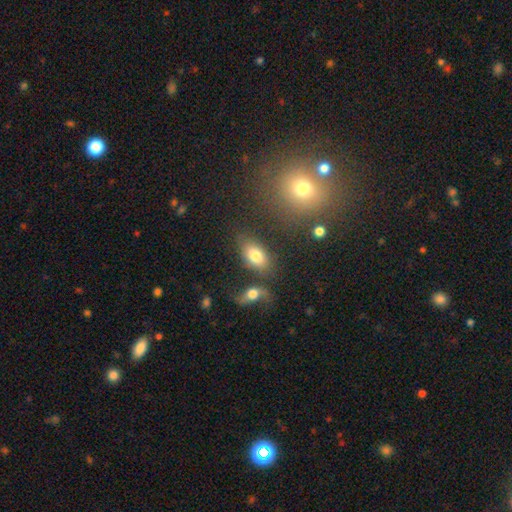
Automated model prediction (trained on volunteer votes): Q: Smooth or featured?
A: smooth (77%); runner-up: featured or disk (14%)
Q: How rounded?
A: in between (89%); runner-up: round (8%)
Q: Merging?
A: none (67%); runner-up: minor disturbance (14%)